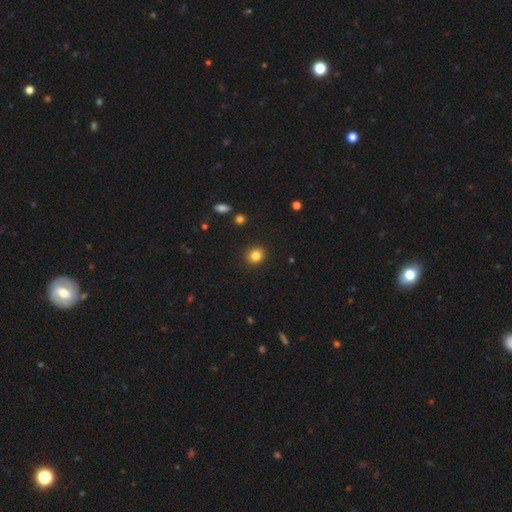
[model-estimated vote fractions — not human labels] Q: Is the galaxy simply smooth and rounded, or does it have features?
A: smooth — 84%.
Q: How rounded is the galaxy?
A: round — 76%.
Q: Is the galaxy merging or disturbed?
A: none — 90%.